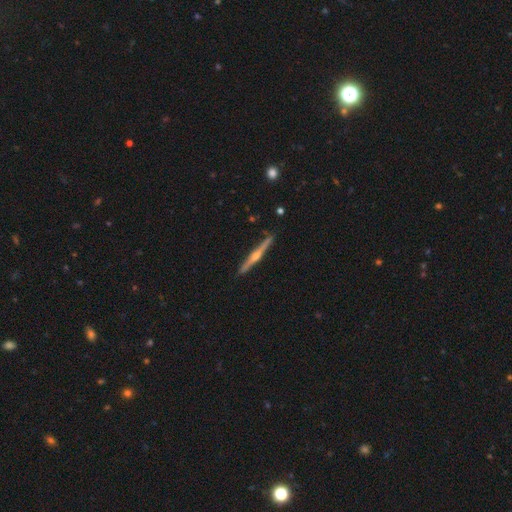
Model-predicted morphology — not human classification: Overall: featured or disk (78%). Edge-on disk: yes (98%). Edge-on bulge: rounded (91%). Merging: none (91%).